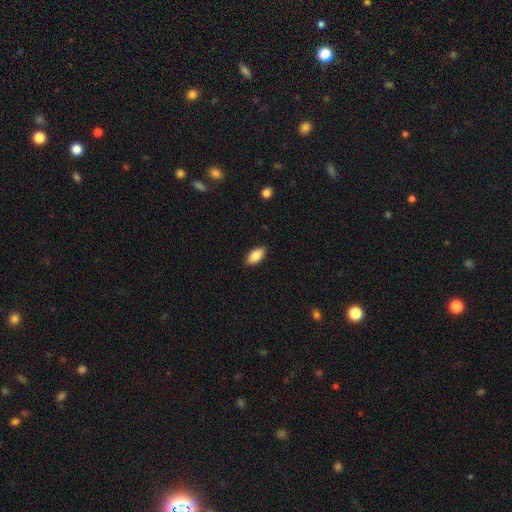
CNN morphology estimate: Smooth or featured: smooth — 88% (star or artifact — 7%)
How rounded: in between — 92% (cigar-shaped — 5%)
Merging: none — 88% (minor disturbance — 9%)